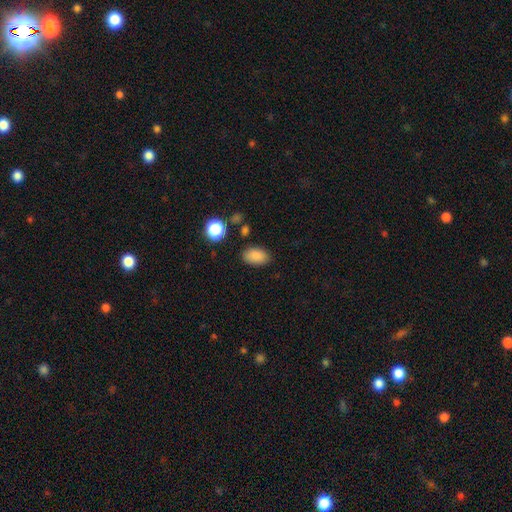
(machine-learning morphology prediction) A smooth galaxy with no disk features (86%) that is in between round and cigar-shaped (89%).

Vote fractions:
- Smooth or featured? smooth: 86% / star or artifact: 10% / featured or disk: 4%
- How rounded? in between: 89% / round: 10% / cigar-shaped: 1%
- Merging? none: 84% / minor disturbance: 11% / major disturbance: 3% / merger: 2%